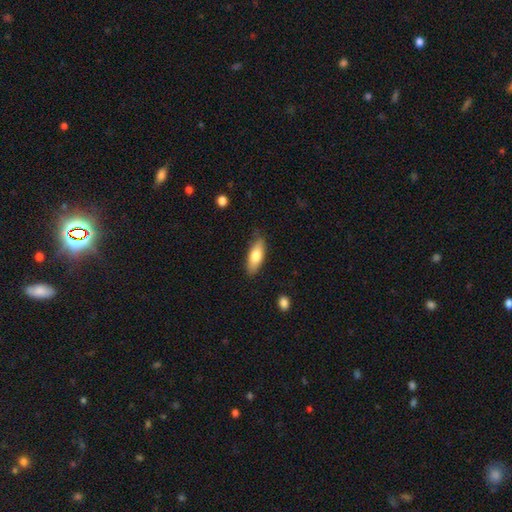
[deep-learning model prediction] Smooth or featured? smooth (74%)
How rounded? in between (70%)
Merging? none (79%)